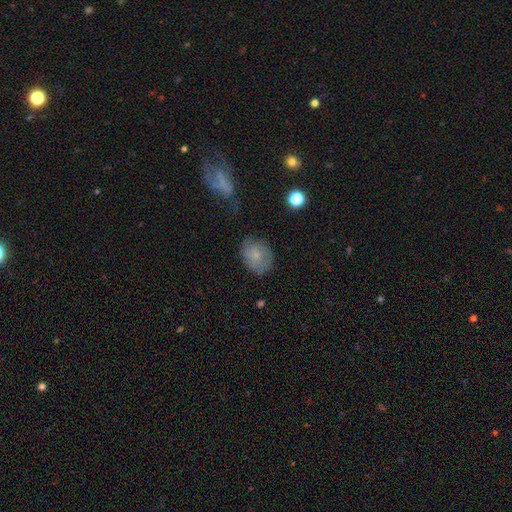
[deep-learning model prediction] Overall: smooth (70%). How rounded: in between (52%; round 47%). Merging: none (68%).